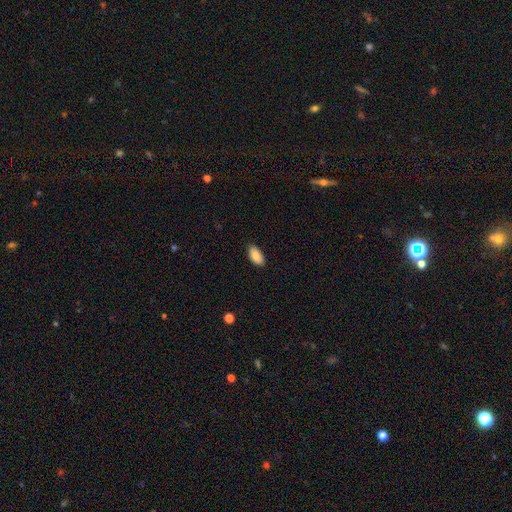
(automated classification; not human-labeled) smooth-or-featured: smooth: 86% | featured or disk: 7% | star or artifact: 7%
  how-rounded: in between: 94% | cigar-shaped: 4% | round: 2%
  merging: none: 87% | minor disturbance: 10% | major disturbance: 2% | merger: 1%